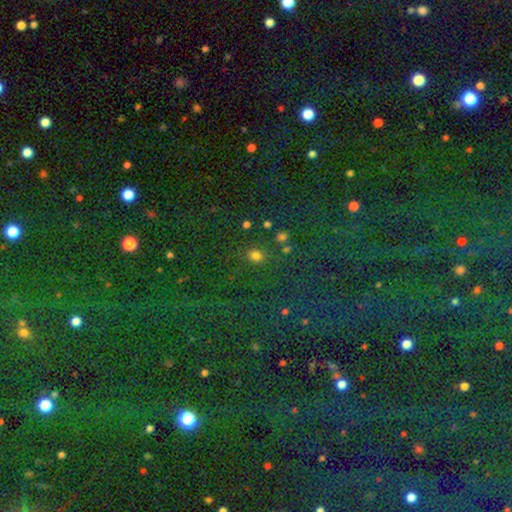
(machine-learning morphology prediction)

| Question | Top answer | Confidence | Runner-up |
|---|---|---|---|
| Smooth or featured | smooth | 68% | star or artifact (25%) |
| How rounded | round | 63% | in between (35%) |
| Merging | none | 77% | minor disturbance (12%) |